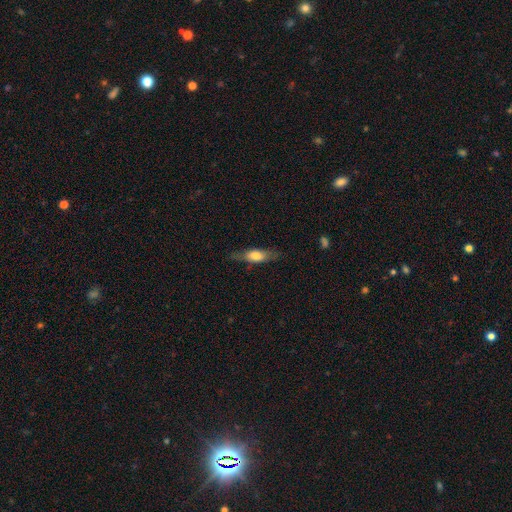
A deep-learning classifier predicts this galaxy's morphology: Smooth or featured?
  - smooth: 57% *
  - featured or disk: 36%
  - star or artifact: 7%
How rounded?
  - in between: 51% *
  - cigar-shaped: 46%
  - round: 3%
Merging?
  - none: 75% *
  - minor disturbance: 18%
  - major disturbance: 6%
  - merger: 1%